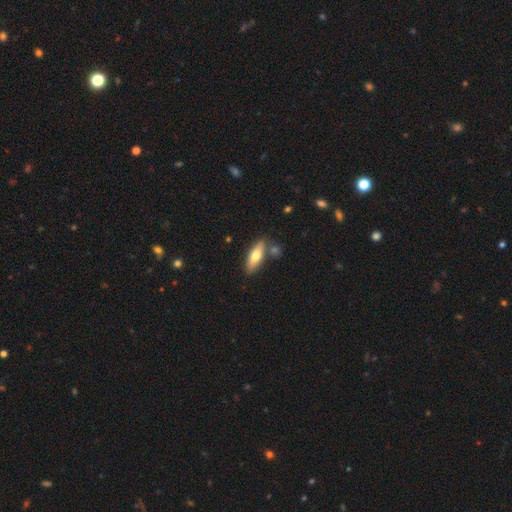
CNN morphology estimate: smooth-or-featured: smooth: 68% | featured or disk: 26% | star or artifact: 6%
  how-rounded: in between: 52% | cigar-shaped: 46% | round: 2%
  merging: none: 75% | minor disturbance: 12% | merger: 10% | major disturbance: 3%